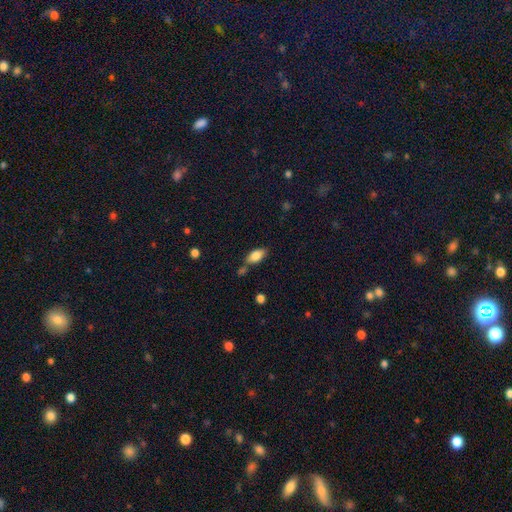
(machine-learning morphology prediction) A smooth galaxy with no disk features (83%) that is in between round and cigar-shaped (89%).

Vote fractions:
- Smooth or featured? smooth: 83% / featured or disk: 9% / star or artifact: 8%
- How rounded? in between: 89% / cigar-shaped: 8% / round: 3%
- Merging? none: 65% / minor disturbance: 16% / merger: 14% / major disturbance: 4%